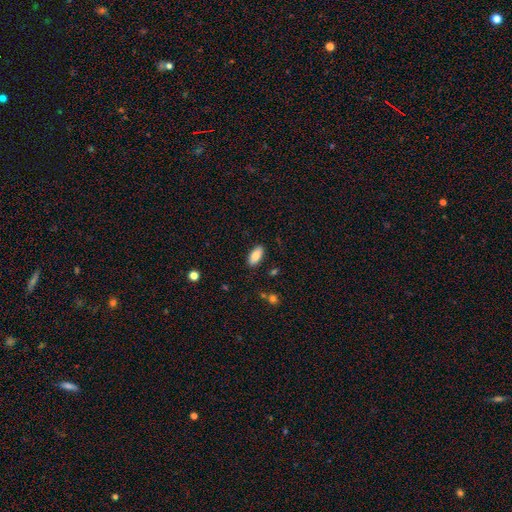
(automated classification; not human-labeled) Smooth or featured: smooth — 85% (featured or disk — 8%)
How rounded: in between — 88% (cigar-shaped — 10%)
Merging: none — 87% (minor disturbance — 9%)